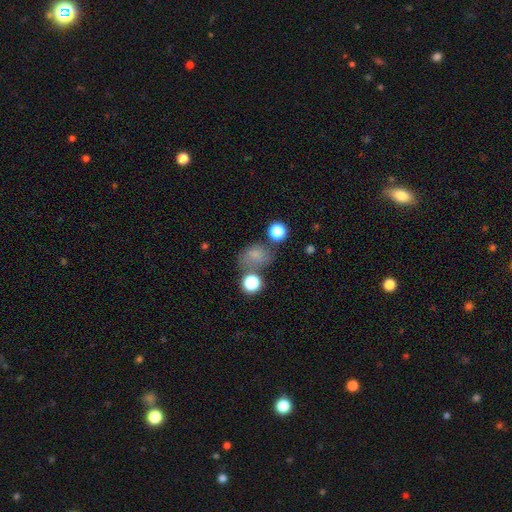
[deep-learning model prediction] Overall: smooth (72%). How rounded: in between (64%; round 35%). Merging: none (53%; minor disturbance 21%).